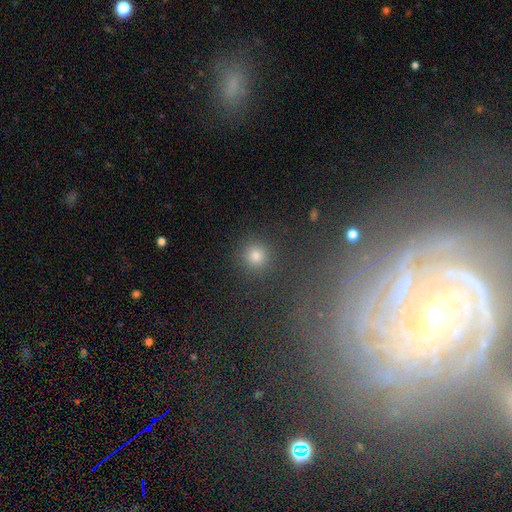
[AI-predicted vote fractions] Smooth or featured?
  - smooth: 78% *
  - star or artifact: 16%
  - featured or disk: 6%
How rounded?
  - round: 95% *
  - in between: 4%
  - cigar-shaped: 1%
Merging?
  - none: 89% *
  - minor disturbance: 5%
  - major disturbance: 3%
  - merger: 3%